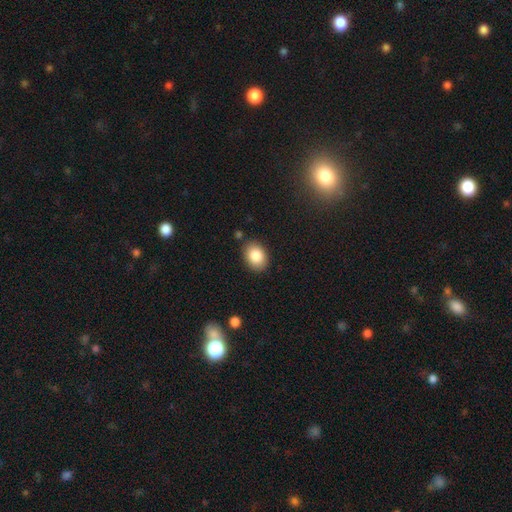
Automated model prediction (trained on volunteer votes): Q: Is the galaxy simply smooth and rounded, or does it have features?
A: smooth — 85%.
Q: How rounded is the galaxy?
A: in between — 71%.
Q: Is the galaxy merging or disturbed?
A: none — 85%.